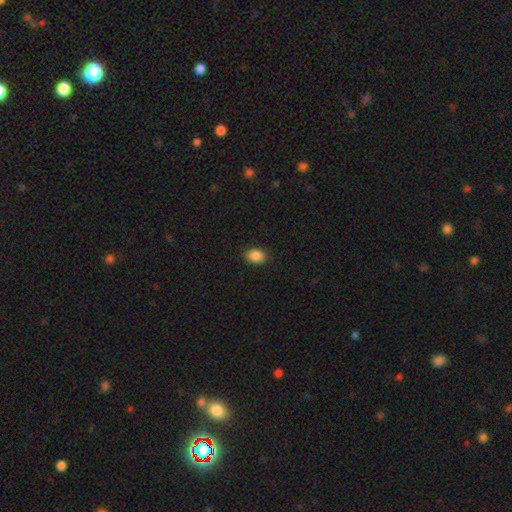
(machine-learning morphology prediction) smooth_or_featured: smooth (p=0.88) [alt: star or artifact p=0.09]
how_rounded: in between (p=0.66) [alt: round p=0.33]
merging: none (p=0.86) [alt: minor disturbance p=0.10]